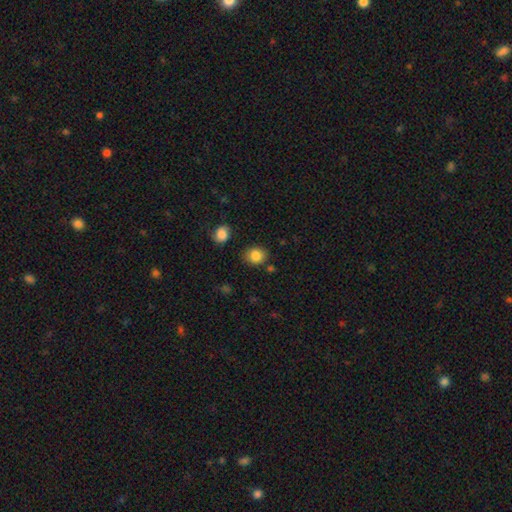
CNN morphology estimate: type=smooth (84%); roundness=round (67%); merging=none (81%).